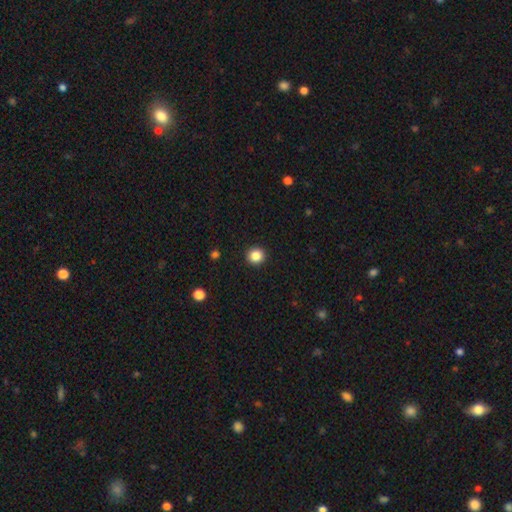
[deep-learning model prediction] This is clearly a smooth galaxy (85%). How rounded: clearly round (94%). Merging: clearly none (93%).